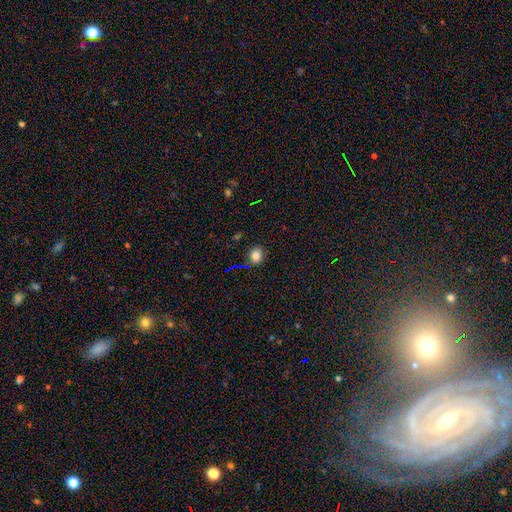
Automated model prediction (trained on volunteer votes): This appears to be a smooth galaxy with no disk features (80%) that is round (61%). Merging: none (84%).